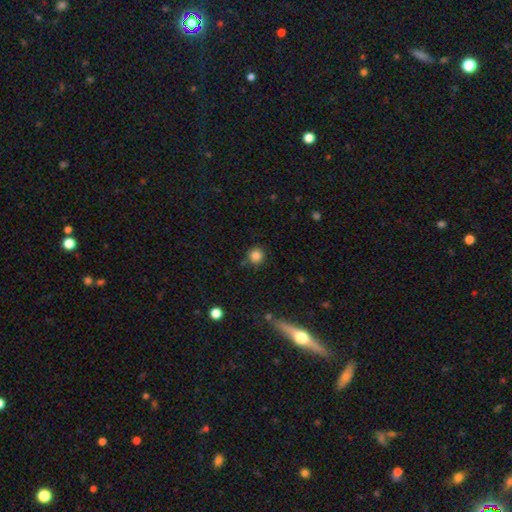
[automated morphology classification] Smooth or featured?
  - smooth: 85% *
  - star or artifact: 11%
  - featured or disk: 4%
How rounded?
  - round: 94% *
  - in between: 5%
  - cigar-shaped: 1%
Merging?
  - none: 84% *
  - minor disturbance: 9%
  - merger: 4%
  - major disturbance: 3%